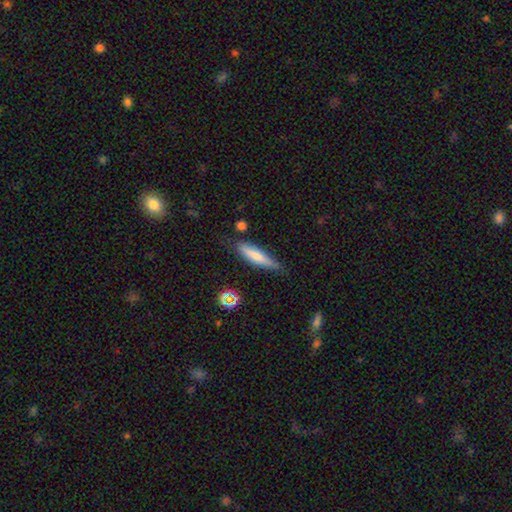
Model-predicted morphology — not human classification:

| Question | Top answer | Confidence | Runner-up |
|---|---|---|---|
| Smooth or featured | smooth | 70% | featured or disk (22%) |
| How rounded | cigar-shaped | 79% | in between (19%) |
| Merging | none | 72% | minor disturbance (21%) |